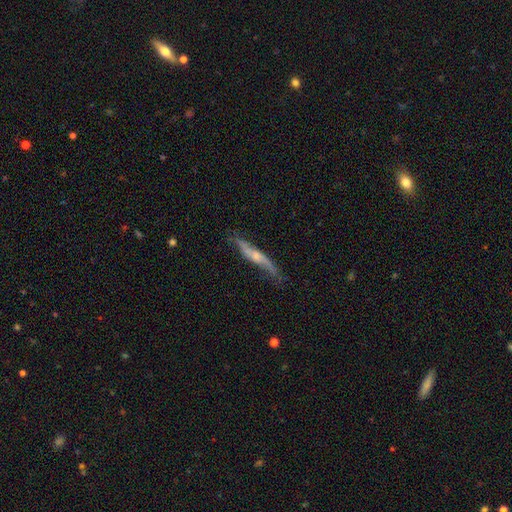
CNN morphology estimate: Smooth or featured? Predicted: featured or disk (p=0.66). Edge-on disk? Predicted: yes (p=0.71). Merging? Predicted: none (p=0.68).